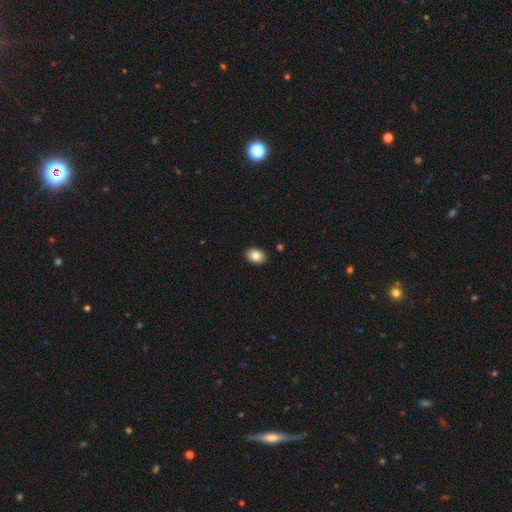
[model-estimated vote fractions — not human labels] Morphology: type=smooth (84%); roundness=in between (79%); merging=none (90%).